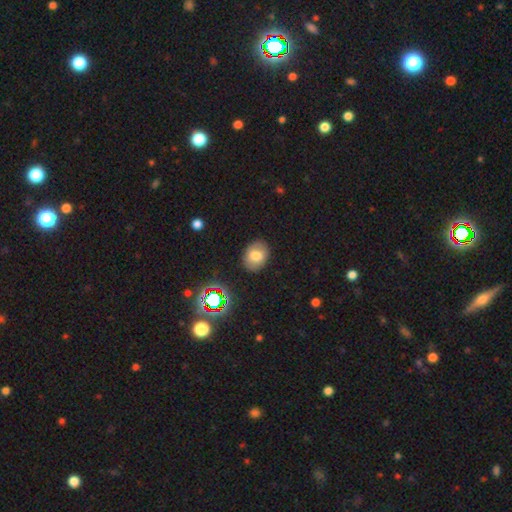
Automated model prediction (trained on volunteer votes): Smooth or featured?
  - smooth: 72% *
  - featured or disk: 15%
  - star or artifact: 13%
How rounded?
  - in between: 54% *
  - round: 45%
  - cigar-shaped: 1%
Merging?
  - none: 86% *
  - minor disturbance: 10%
  - major disturbance: 3%
  - merger: 1%